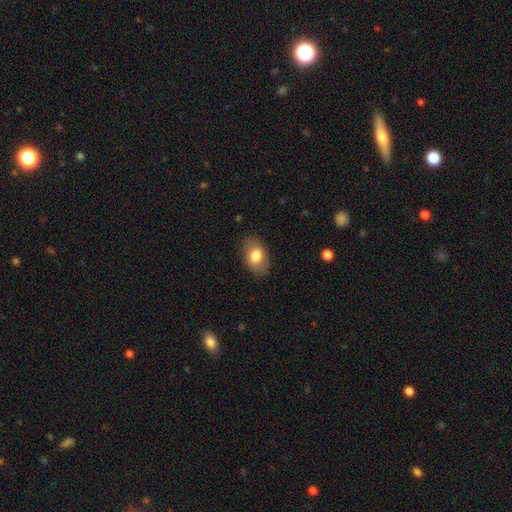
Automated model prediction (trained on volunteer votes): Morphology: type=smooth (74%); roundness=in between (88%); merging=none (83%).